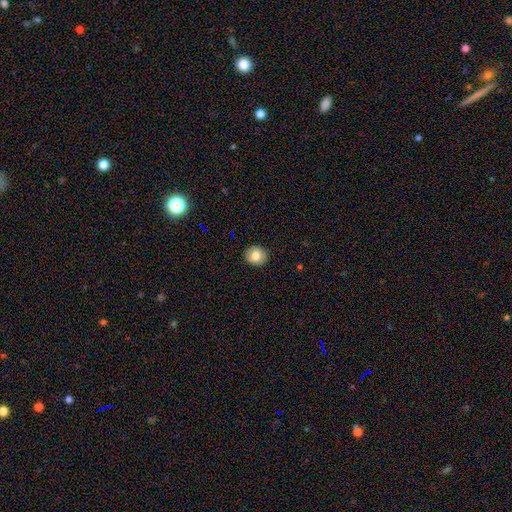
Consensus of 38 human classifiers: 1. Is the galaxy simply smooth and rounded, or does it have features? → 71% smooth, 21% featured or disk, 8% star or artifact.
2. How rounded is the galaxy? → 89% round, 11% in between, 0% cigar-shaped.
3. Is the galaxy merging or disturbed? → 97% none, 3% minor disturbance, 0% major disturbance, 0% merger.